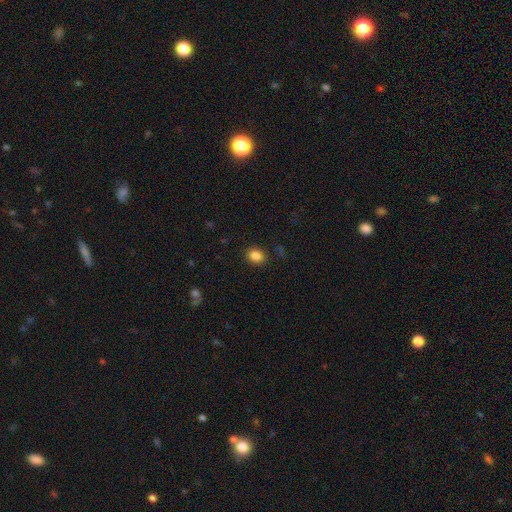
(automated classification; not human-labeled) The model was most divided on "how rounded": round: 61%, in between: 38%, cigar-shaped: 1%. More confident: merging — none (89%); smooth or featured — smooth (85%).